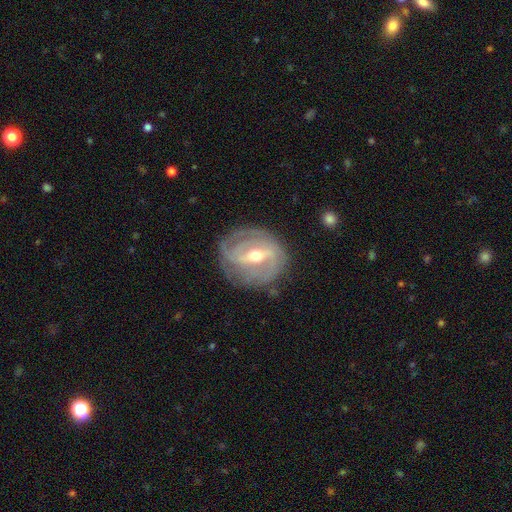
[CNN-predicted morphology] The model was most divided on "bar": strong: 48%, weak: 39%, no: 13%. Remaining: edge-on disk — no (95%); spiral arms — yes (89%); smooth or featured — featured or disk (84%); merging — none (75%); bulge size — moderate (68%); spiral winding — tight (58%); spiral arm count — 2 (40%).